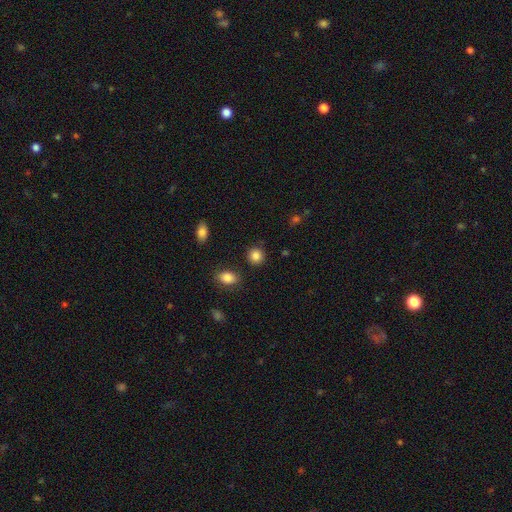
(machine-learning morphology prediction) Smooth or featured? smooth (87%)
How rounded? round (86%)
Merging? none (87%)